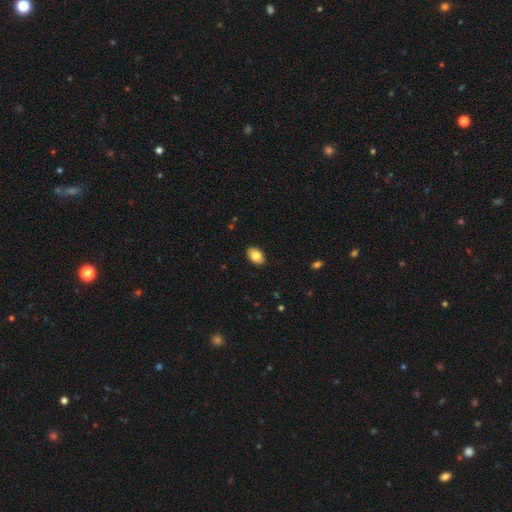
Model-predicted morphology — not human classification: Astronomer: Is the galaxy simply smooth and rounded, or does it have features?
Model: smooth — 82%.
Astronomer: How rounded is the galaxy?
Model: in between — 89%.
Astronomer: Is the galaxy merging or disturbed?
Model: none — 89%.